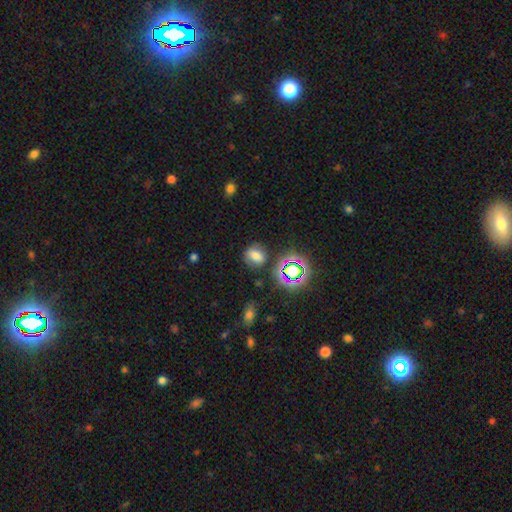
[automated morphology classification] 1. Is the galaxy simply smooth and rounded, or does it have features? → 65% smooth, 21% star or artifact, 14% featured or disk.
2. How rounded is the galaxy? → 50% in between, 48% round, 2% cigar-shaped.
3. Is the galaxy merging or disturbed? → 76% none, 14% minor disturbance, 5% major disturbance, 4% merger.